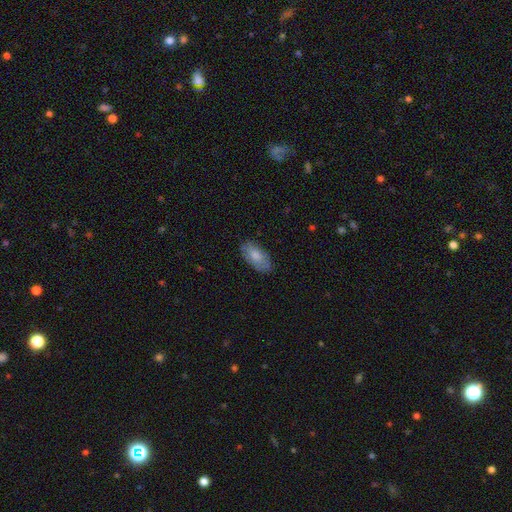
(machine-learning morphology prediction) A smooth galaxy with no disk features (76%) that is in between round and cigar-shaped (92%).

Vote fractions:
- Smooth or featured? smooth: 76% / featured or disk: 18% / star or artifact: 6%
- How rounded? in between: 92% / cigar-shaped: 5% / round: 3%
- Merging? none: 76% / minor disturbance: 19% / major disturbance: 4% / merger: 1%